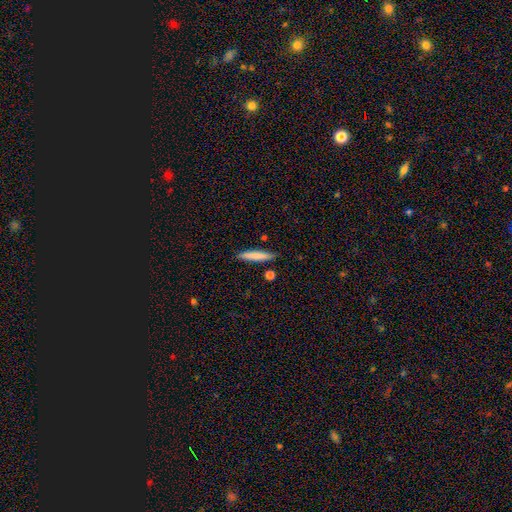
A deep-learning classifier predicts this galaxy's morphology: A smooth galaxy with no disk features (77%) that is cigar-shaped (92%). Merging: none (86%).